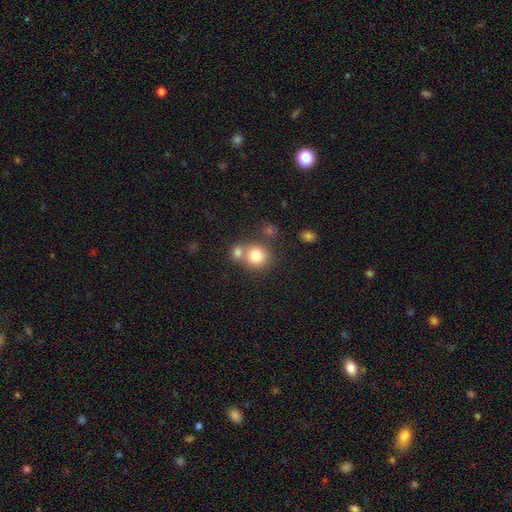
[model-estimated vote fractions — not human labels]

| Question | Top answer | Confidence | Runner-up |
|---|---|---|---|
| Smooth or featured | smooth | 79% | star or artifact (11%) |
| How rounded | round | 86% | in between (14%) |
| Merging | none | 50% | merger (39%) |